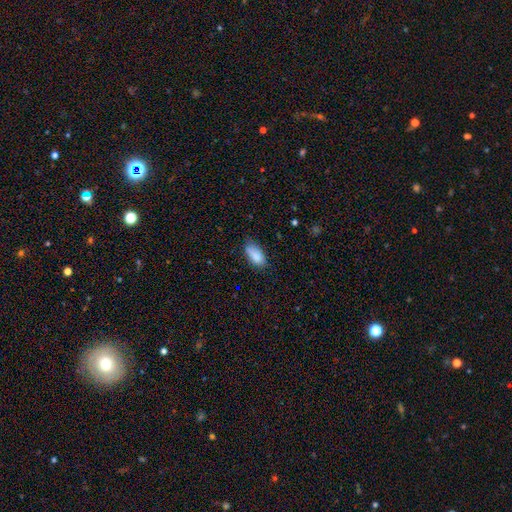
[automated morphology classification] This appears to be a smooth galaxy with no disk features (85%) that is in between round and cigar-shaped (90%). Merging: none (66%).